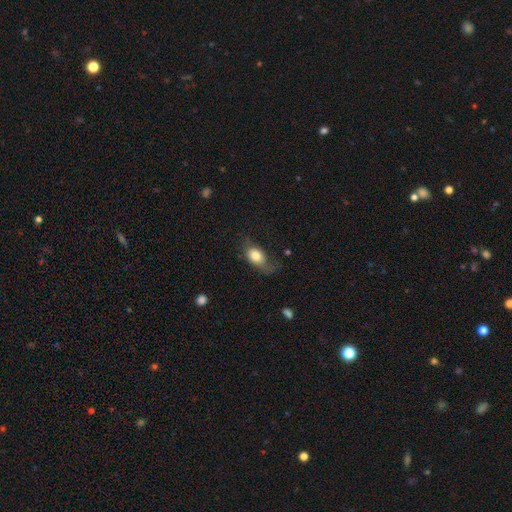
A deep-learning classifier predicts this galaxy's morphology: smooth-or-featured: smooth: 75% | featured or disk: 18% | star or artifact: 8%
  how-rounded: in between: 81% | round: 16% | cigar-shaped: 3%
  merging: none: 43% | minor disturbance: 29% | major disturbance: 25% | merger: 2%